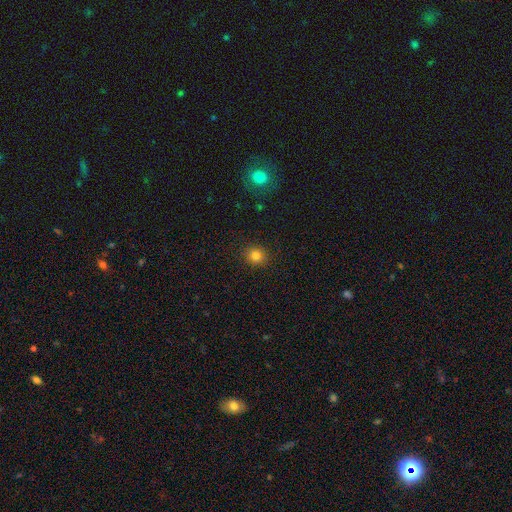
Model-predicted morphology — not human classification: This appears to be a smooth galaxy with no disk features (81%) that is round (86%). Merging: none (90%).